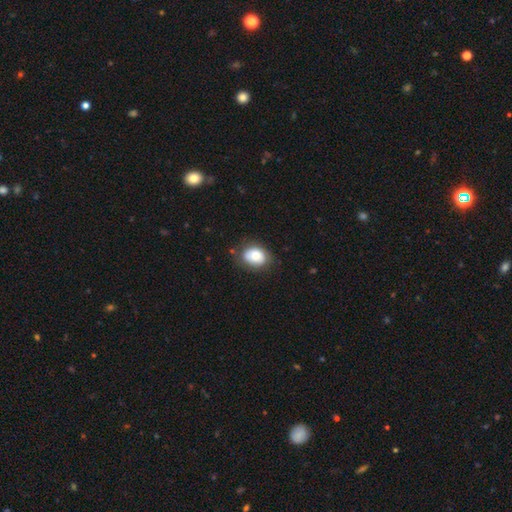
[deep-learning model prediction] smooth-or-featured: smooth: 75% | featured or disk: 17% | star or artifact: 8%
  how-rounded: in between: 61% | round: 38% | cigar-shaped: 1%
  merging: none: 78% | minor disturbance: 16% | major disturbance: 5% | merger: 2%